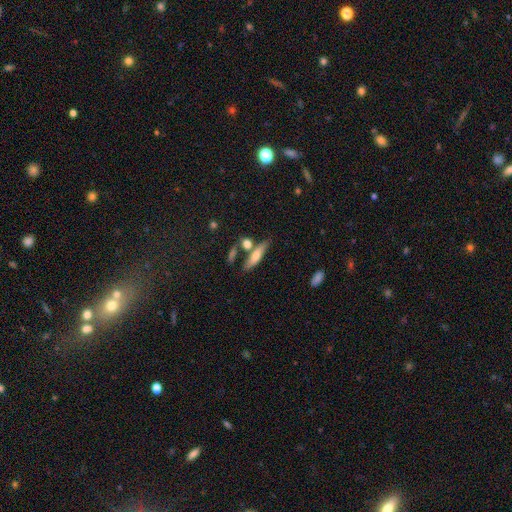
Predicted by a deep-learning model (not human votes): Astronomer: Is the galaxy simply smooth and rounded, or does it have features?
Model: smooth — 60%.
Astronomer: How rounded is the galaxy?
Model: cigar-shaped — 68%.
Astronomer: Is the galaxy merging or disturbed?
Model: none — 63%.